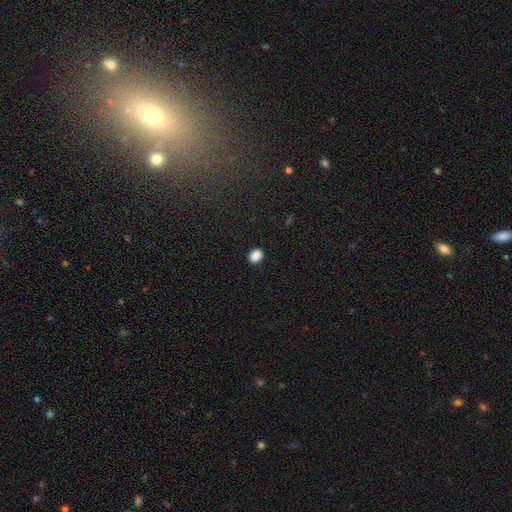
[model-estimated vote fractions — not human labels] Morphology: type=smooth (88%); roundness=in between (61%); merging=none (89%).